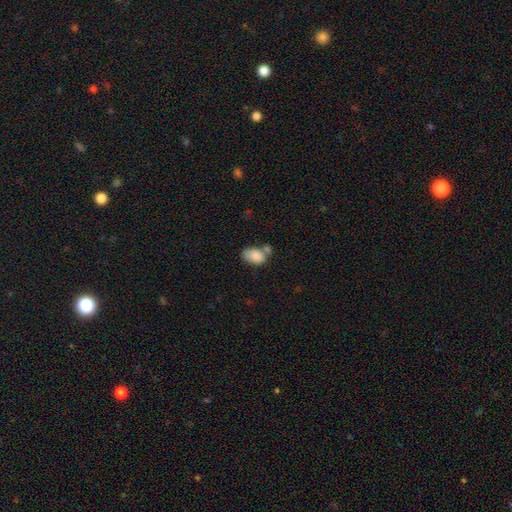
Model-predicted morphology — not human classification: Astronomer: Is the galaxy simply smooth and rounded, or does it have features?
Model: smooth — 86%.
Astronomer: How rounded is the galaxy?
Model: in between — 89%.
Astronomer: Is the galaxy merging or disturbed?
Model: none — 42% (runner-up: merger, 33%).